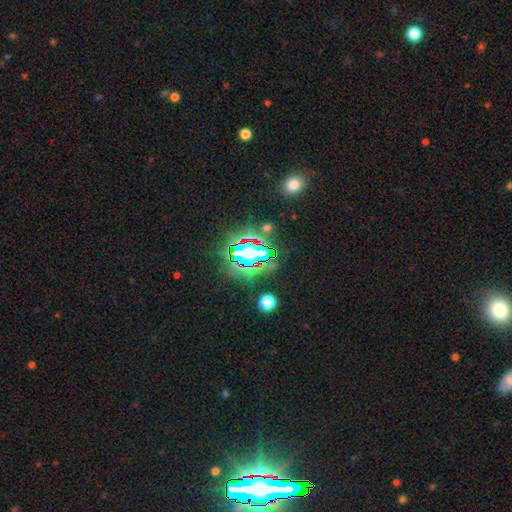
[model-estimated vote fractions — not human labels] star or artifact 71%, smooth 17%, featured or disk 12%.